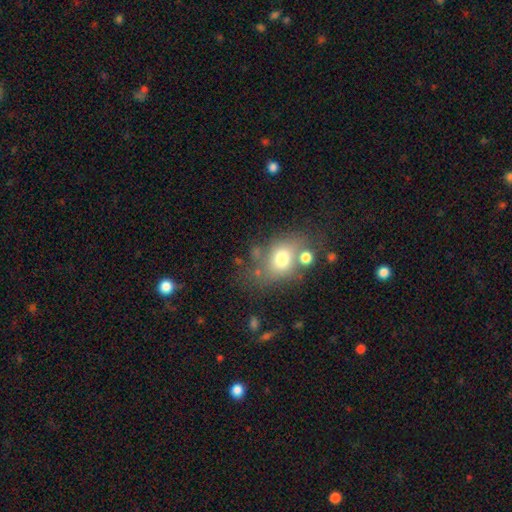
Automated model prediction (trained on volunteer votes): The model was most divided on "how rounded": in between: 60%, round: 38%, cigar-shaped: 2%. More confident: smooth or featured — smooth (66%); merging — none (61%).